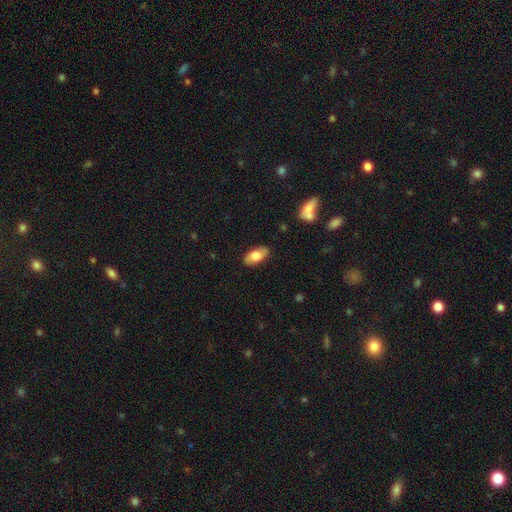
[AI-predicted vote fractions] A smooth galaxy with no disk features (74%) that is in between round and cigar-shaped (92%). Merging: none (85%).